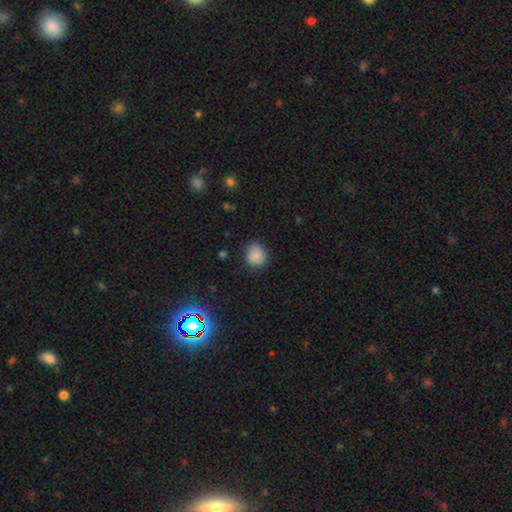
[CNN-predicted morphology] A smooth galaxy with no disk features (81%) that is round (75%). Merging: none (72%).